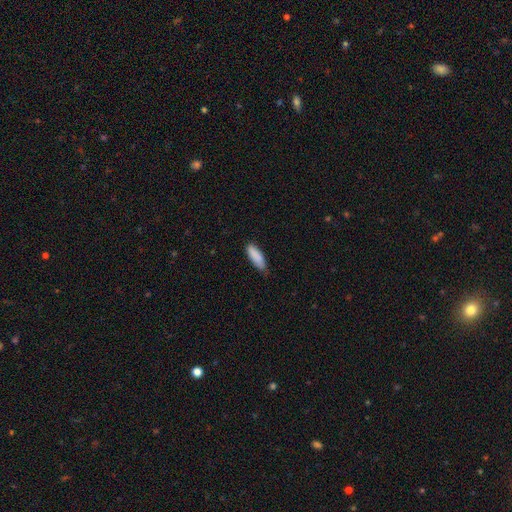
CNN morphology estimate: This is clearly a smooth galaxy (88%). How rounded: possibly in between (54%). Merging: likely none (72%).